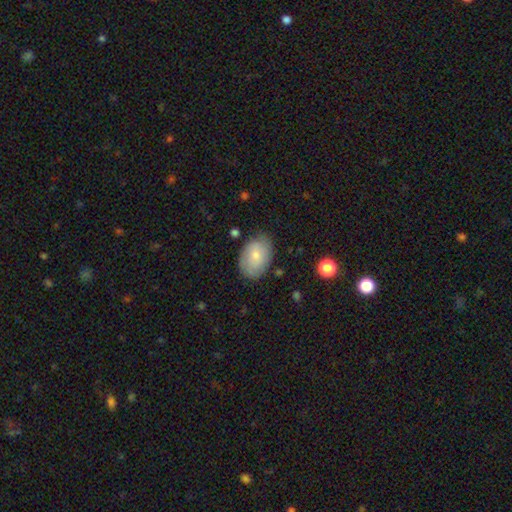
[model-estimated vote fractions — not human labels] Overall: smooth (70%). How rounded: in between (85%). Merging: none (76%).